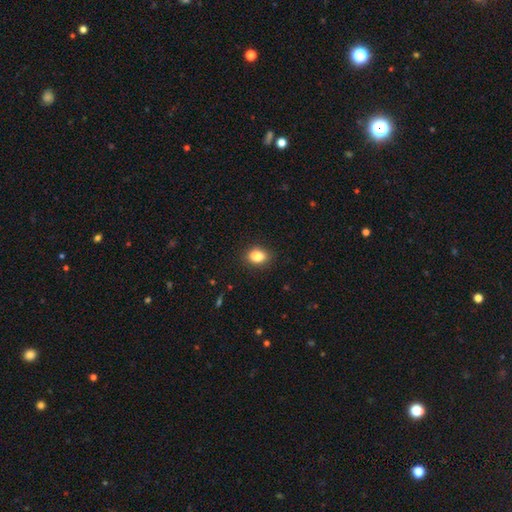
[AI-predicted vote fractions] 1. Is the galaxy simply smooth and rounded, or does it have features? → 84% smooth, 10% star or artifact, 6% featured or disk.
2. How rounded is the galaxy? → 66% in between, 32% round, 1% cigar-shaped.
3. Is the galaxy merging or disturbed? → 88% none, 9% minor disturbance, 2% major disturbance, 1% merger.